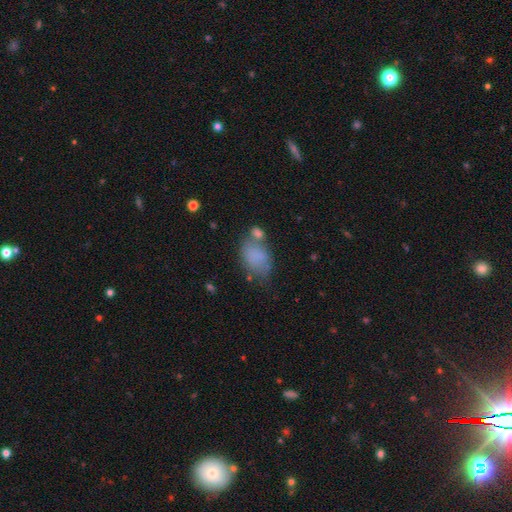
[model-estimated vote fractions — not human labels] Smooth or featured? smooth (75%)
How rounded? in between (83%)
Merging? none (41%)